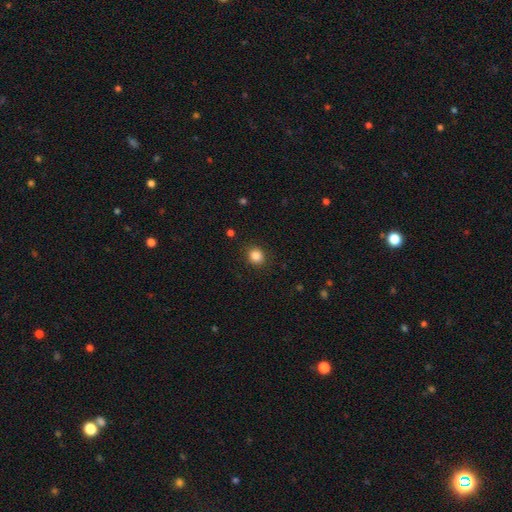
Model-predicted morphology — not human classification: A smooth galaxy with no disk features (85%) that is round (77%). Merging: none (88%).